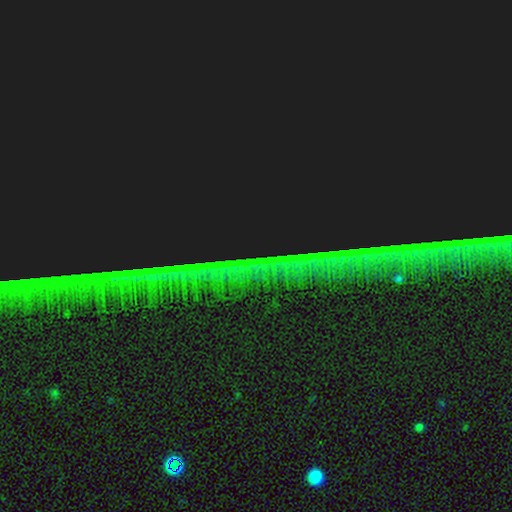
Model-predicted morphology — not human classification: A star or artifact, not a galaxy (87%).